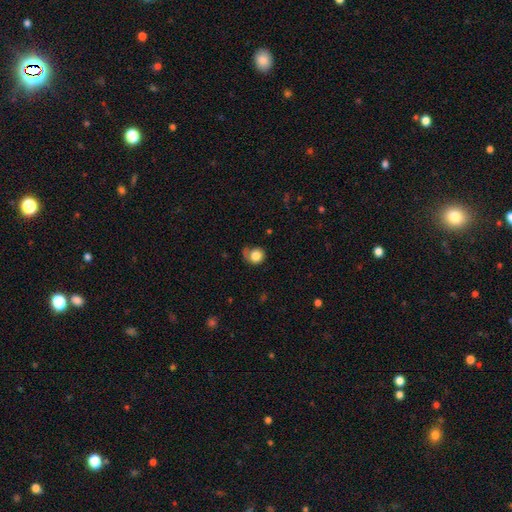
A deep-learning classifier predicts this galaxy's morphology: Smooth or featured: smooth — 76% (featured or disk — 15%)
How rounded: round — 83% (in between — 16%)
Merging: none — 53% (minor disturbance — 26%)